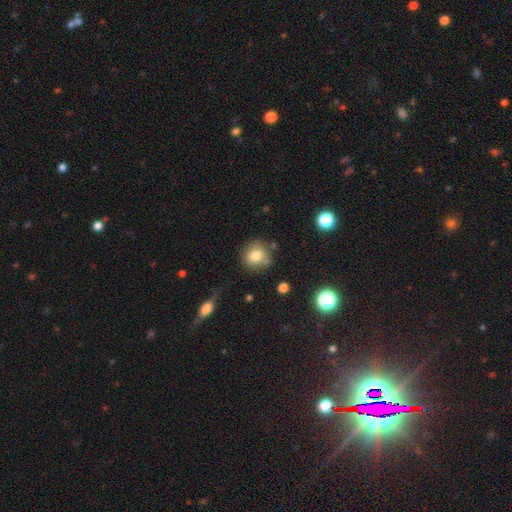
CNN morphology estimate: A smooth galaxy with no disk features (78%) that is round (80%).

Vote fractions:
- Smooth or featured? smooth: 78% / featured or disk: 11% / star or artifact: 11%
- How rounded? round: 80% / in between: 19% / cigar-shaped: 1%
- Merging? none: 69% / minor disturbance: 19% / merger: 6% / major disturbance: 6%